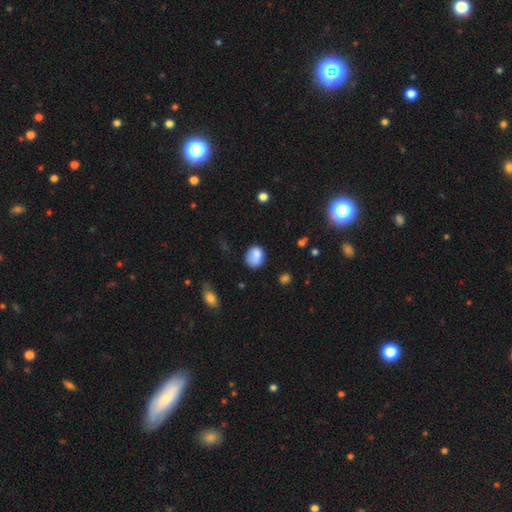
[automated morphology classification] This is clearly a smooth galaxy (82%). How rounded: possibly round (52%). Merging: likely none (66%).